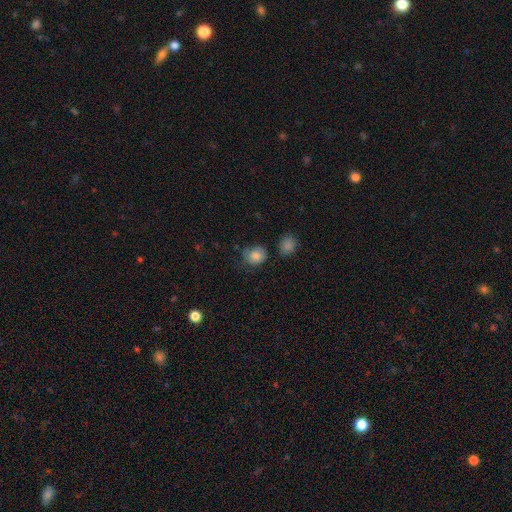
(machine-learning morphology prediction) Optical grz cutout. It shows a smooth galaxy with no disk features (81%) that is round (64%). Merging: none (57%).